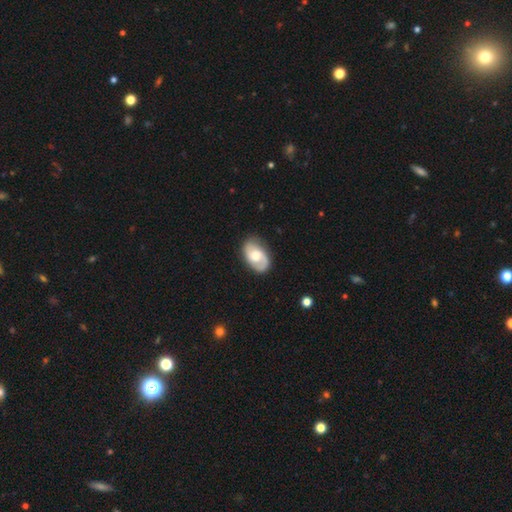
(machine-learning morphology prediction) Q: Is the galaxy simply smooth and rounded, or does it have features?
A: featured or disk — 67%.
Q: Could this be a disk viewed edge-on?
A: no — 96%.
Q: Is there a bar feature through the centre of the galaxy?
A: no — 61%.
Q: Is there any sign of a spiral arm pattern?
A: yes — 89%.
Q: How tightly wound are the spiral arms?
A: medium — 43%.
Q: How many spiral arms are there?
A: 2 — 74%.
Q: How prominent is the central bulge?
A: moderate — 63%.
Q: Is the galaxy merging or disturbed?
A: none — 76%.